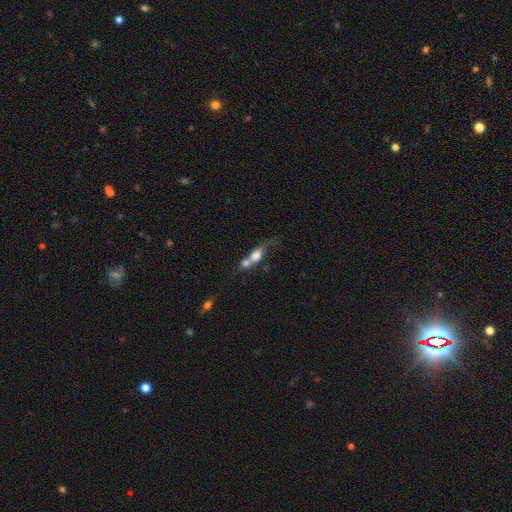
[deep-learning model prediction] Smooth or featured? Predicted: smooth (p=0.64). How rounded? Predicted: in between (p=0.48). Merging? Predicted: merger (p=0.69).